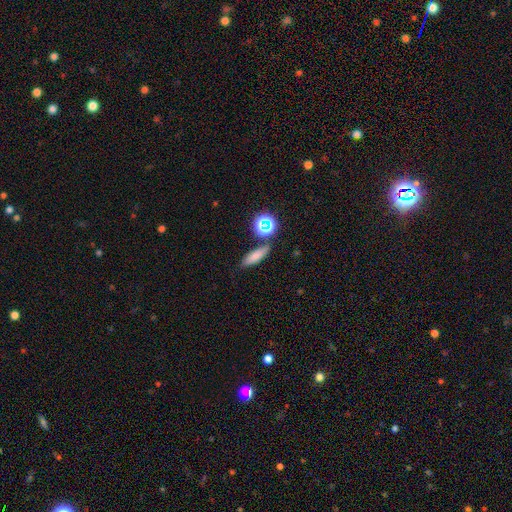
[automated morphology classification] The model was most divided on "how rounded": cigar-shaped: 52%, in between: 39%, round: 8%. More confident: merging — none (76%); smooth or featured — smooth (73%).